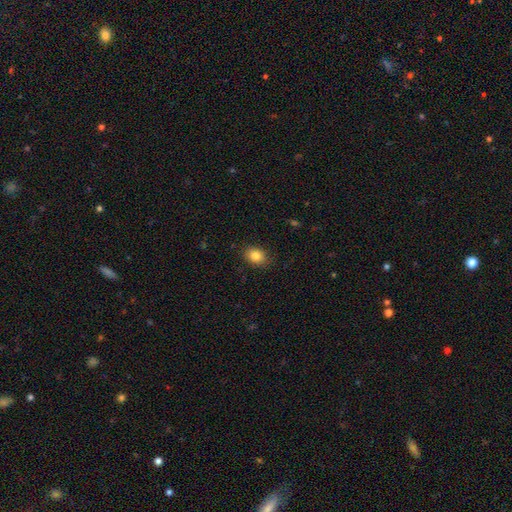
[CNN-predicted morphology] smooth_or_featured: smooth (p=0.84) [alt: star or artifact p=0.09]
how_rounded: in between (p=0.64) [alt: round p=0.35]
merging: none (p=0.86) [alt: minor disturbance p=0.11]